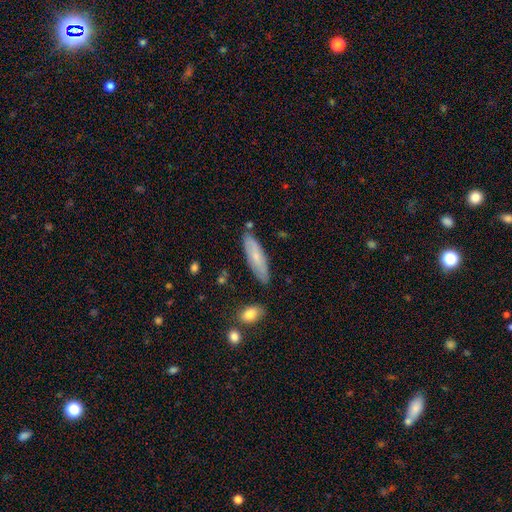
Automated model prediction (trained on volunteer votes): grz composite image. It shows a smooth galaxy with no disk features (64%) that is cigar-shaped (57%). Merging: none (80%).